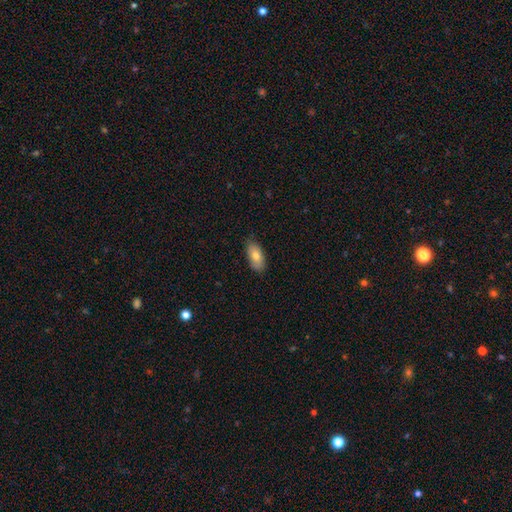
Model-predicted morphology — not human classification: smooth_or_featured: smooth (p=0.75) [alt: featured or disk p=0.18]
how_rounded: in between (p=0.91) [alt: cigar-shaped p=0.06]
merging: none (p=0.82) [alt: minor disturbance p=0.15]